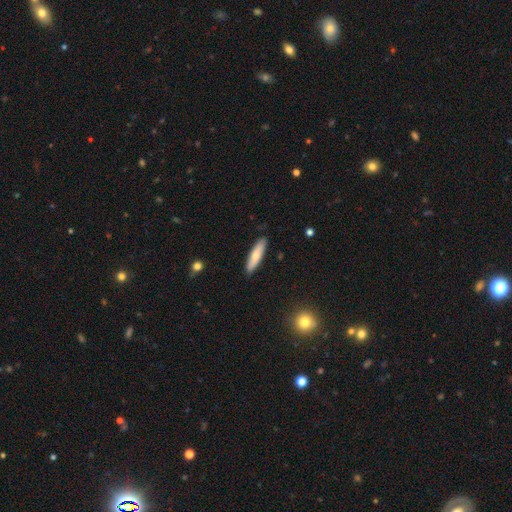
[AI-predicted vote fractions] This appears to be a smooth galaxy with no disk features (69%) that is cigar-shaped (77%). Merging: none (89%).